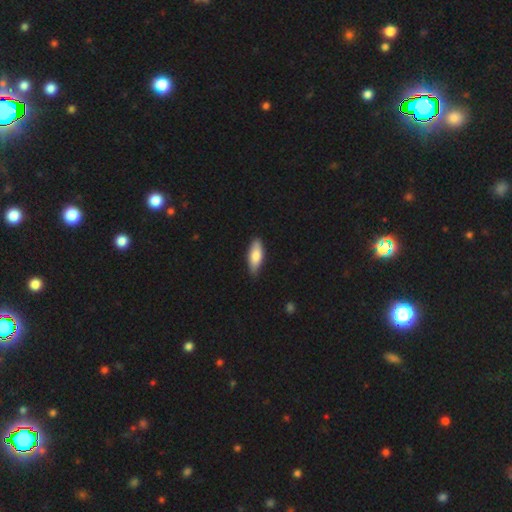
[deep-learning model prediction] The model was most divided on "how rounded": in between: 73%, cigar-shaped: 25%, round: 2%. More confident: merging — none (84%); smooth or featured — smooth (78%).